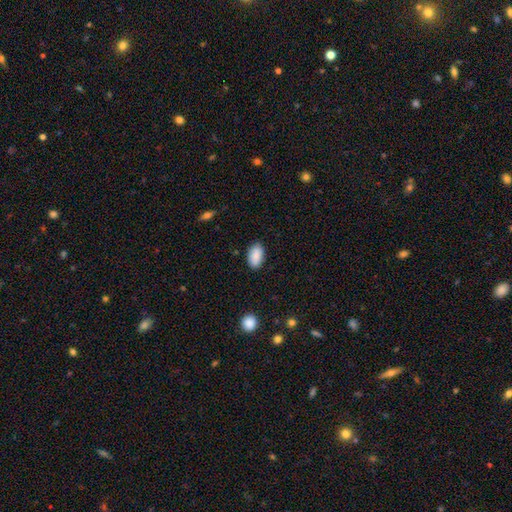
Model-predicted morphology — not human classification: Smooth or featured? smooth (90%)
How rounded? in between (94%)
Merging? none (86%)